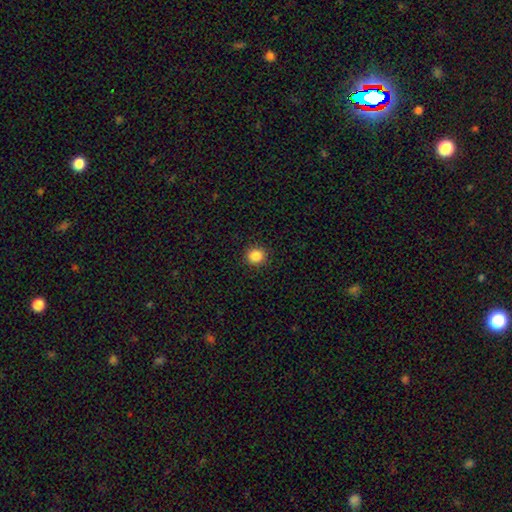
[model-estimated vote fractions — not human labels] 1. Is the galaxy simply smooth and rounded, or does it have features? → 86% smooth, 10% star or artifact, 4% featured or disk.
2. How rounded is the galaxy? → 82% round, 17% in between, 1% cigar-shaped.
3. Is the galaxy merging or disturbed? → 91% none, 6% minor disturbance, 2% major disturbance, 1% merger.